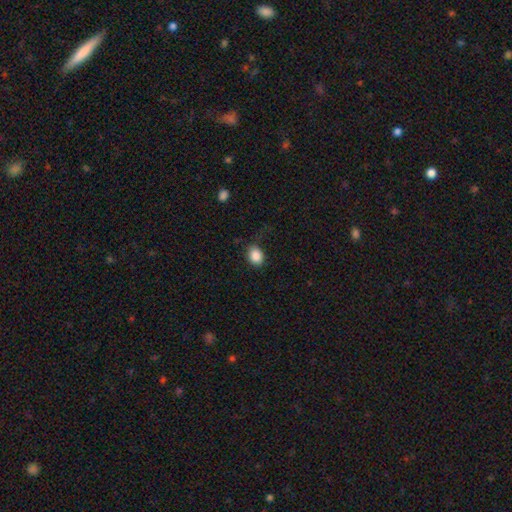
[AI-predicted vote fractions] Q: Smooth or featured?
A: smooth (87%); runner-up: star or artifact (9%)
Q: How rounded?
A: in between (55%); runner-up: round (44%)
Q: Merging?
A: none (70%); runner-up: minor disturbance (21%)